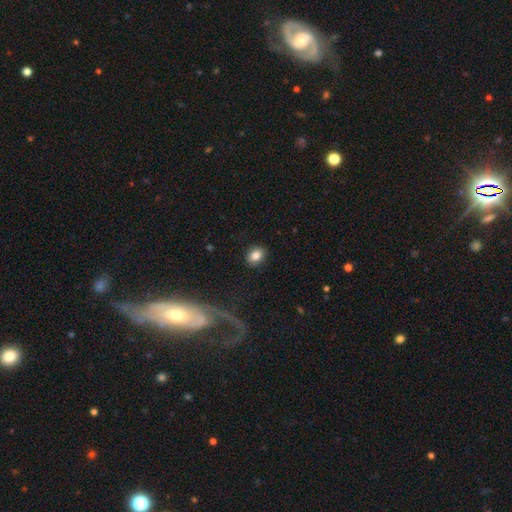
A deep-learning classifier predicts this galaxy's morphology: A smooth galaxy with no disk features (82%) that is in between round and cigar-shaped (60%).

Vote fractions:
- Smooth or featured? smooth: 82% / star or artifact: 9% / featured or disk: 8%
- How rounded? in between: 60% / round: 39% / cigar-shaped: 1%
- Merging? none: 89% / minor disturbance: 8% / major disturbance: 2% / merger: 1%